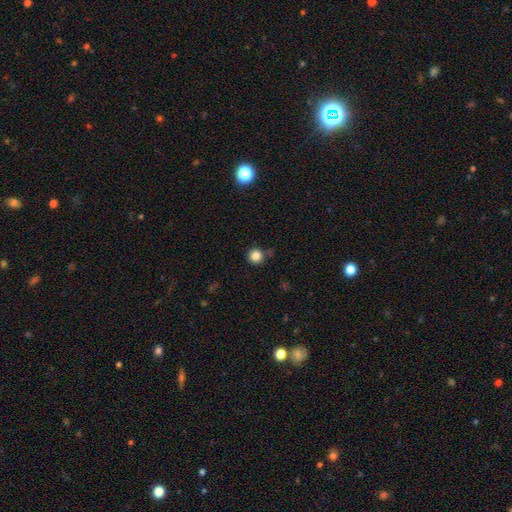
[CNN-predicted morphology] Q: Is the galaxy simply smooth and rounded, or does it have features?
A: smooth — 84%.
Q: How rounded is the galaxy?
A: round — 95%.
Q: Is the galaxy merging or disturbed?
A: none — 84%.